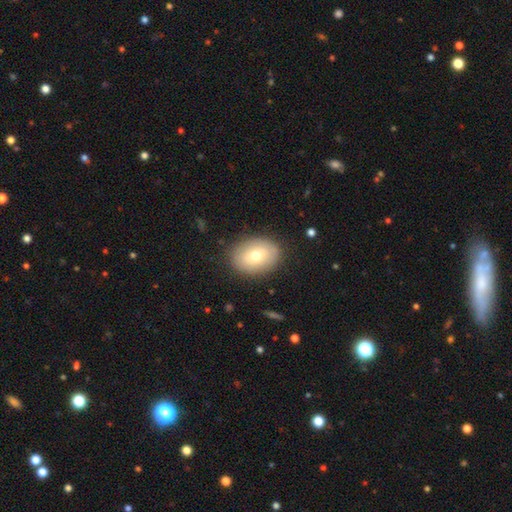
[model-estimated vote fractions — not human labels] smooth_or_featured: smooth (p=0.68) [alt: featured or disk p=0.24]
how_rounded: in between (p=0.74) [alt: round p=0.25]
merging: none (p=0.85) [alt: minor disturbance p=0.10]